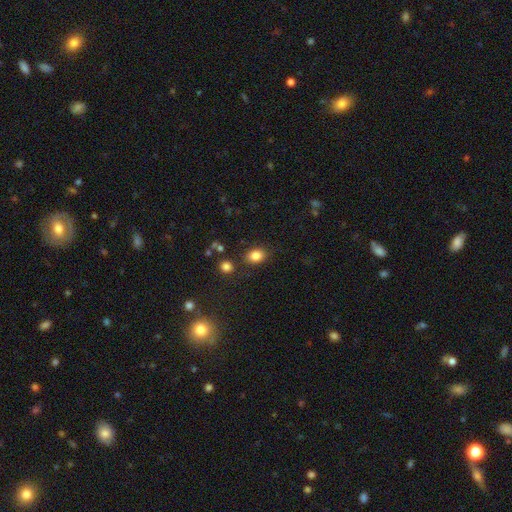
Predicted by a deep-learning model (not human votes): Overall: smooth (83%). How rounded: in between (60%; round 39%). Merging: none (82%).